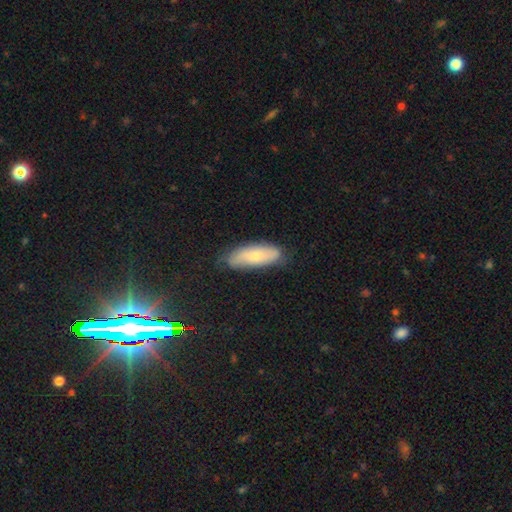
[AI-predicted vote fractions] Smooth or featured?
  - smooth: 66% *
  - featured or disk: 27%
  - star or artifact: 7%
How rounded?
  - in between: 65% *
  - cigar-shaped: 33%
  - round: 2%
Merging?
  - none: 73% *
  - minor disturbance: 22%
  - major disturbance: 4%
  - merger: 1%